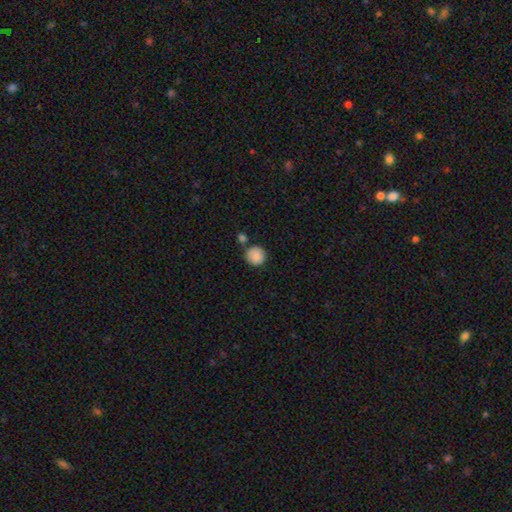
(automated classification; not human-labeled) Smooth or featured? smooth (87%)
How rounded? round (93%)
Merging? none (74%)